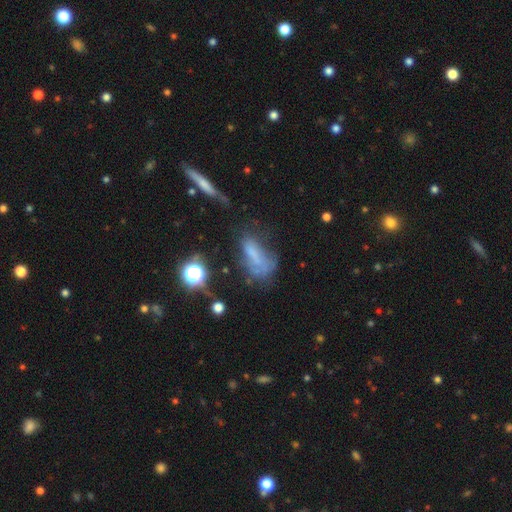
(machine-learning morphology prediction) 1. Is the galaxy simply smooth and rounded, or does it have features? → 46% smooth, 33% featured or disk, 21% star or artifact.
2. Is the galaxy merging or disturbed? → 34% major disturbance, 32% none, 26% minor disturbance, 8% merger.